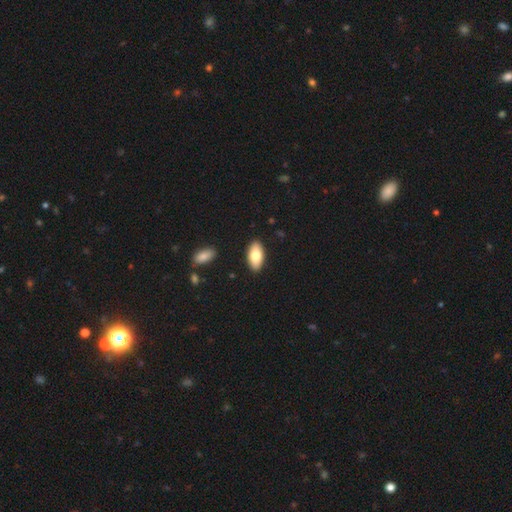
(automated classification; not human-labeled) Overall: smooth (78%). How rounded: in between (92%). Merging: none (89%).